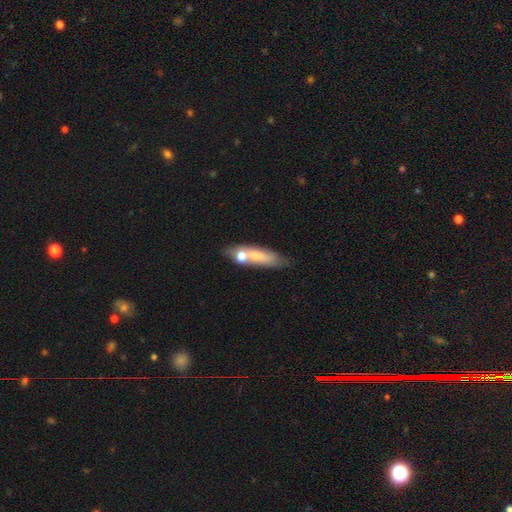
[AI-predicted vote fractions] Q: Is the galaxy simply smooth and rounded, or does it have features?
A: smooth — 62%.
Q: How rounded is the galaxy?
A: cigar-shaped — 51%.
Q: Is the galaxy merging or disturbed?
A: none — 45%.